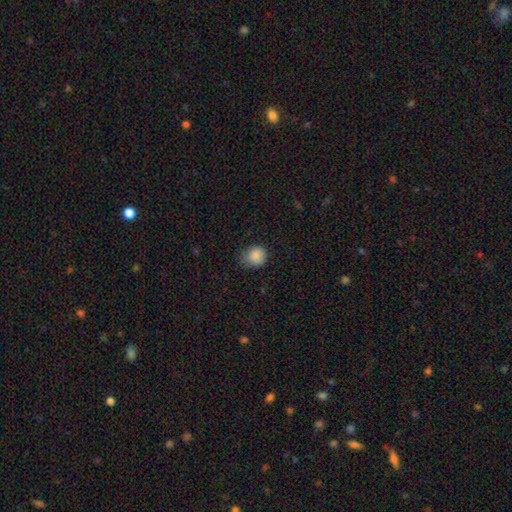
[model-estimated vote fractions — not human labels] The model was most divided on "merging": none: 59%, minor disturbance: 33%, major disturbance: 7%, merger: 1%. More confident: smooth or featured — smooth (86%); how rounded — round (77%).